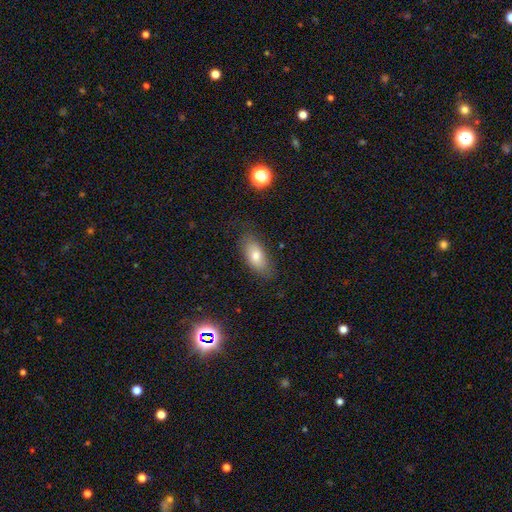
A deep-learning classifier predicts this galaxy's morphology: The model was most divided on "smooth or featured": smooth: 75%, featured or disk: 15%, star or artifact: 9%. More confident: how rounded — in between (85%); merging — none (78%).